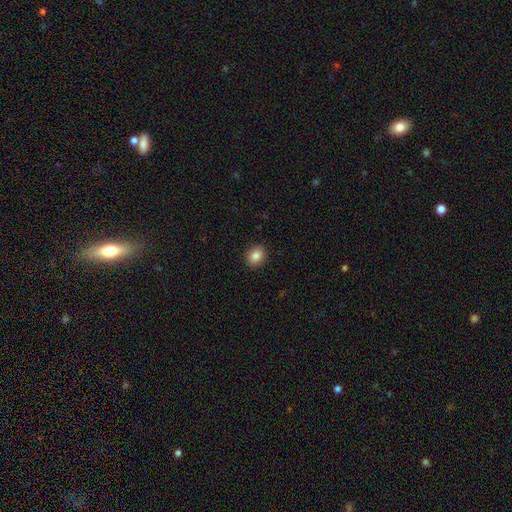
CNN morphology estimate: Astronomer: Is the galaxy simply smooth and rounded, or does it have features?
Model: smooth — 86%.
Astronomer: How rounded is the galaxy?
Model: round — 57% (runner-up: in between, 42%).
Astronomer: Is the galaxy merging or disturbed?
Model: none — 91%.